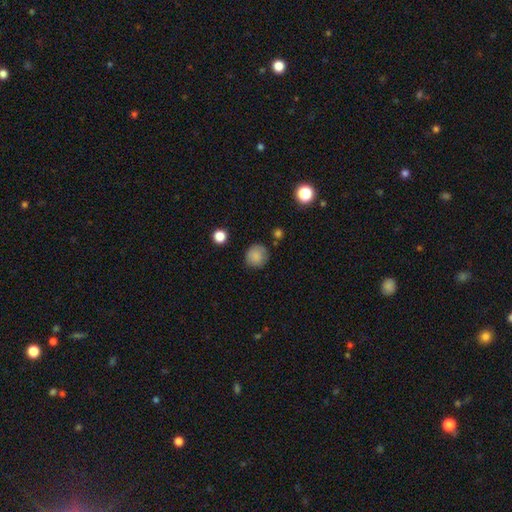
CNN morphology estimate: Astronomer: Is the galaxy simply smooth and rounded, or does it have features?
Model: smooth — 84%.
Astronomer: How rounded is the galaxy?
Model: round — 89%.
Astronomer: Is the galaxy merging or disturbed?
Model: none — 81%.